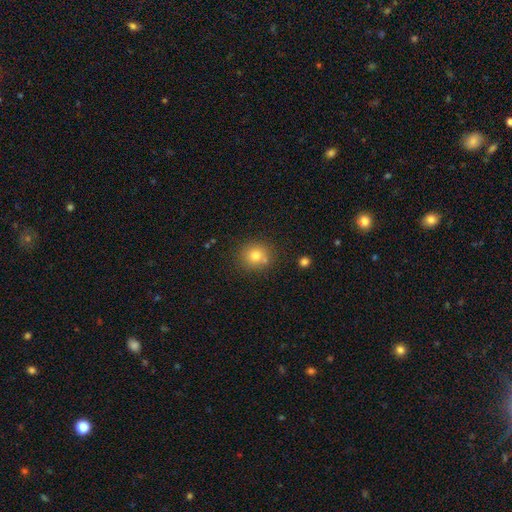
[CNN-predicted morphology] Overall: smooth (78%). How rounded: round (88%). Merging: none (75%).